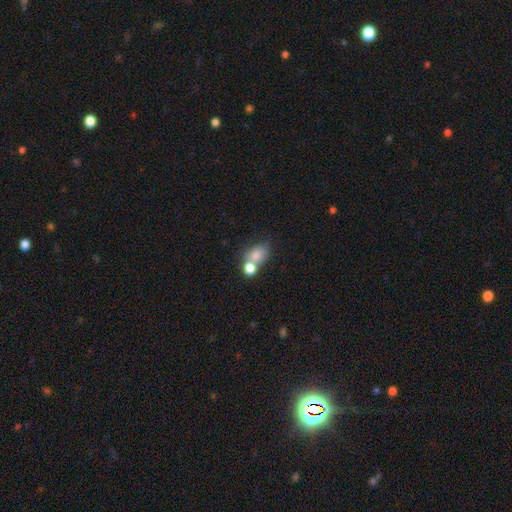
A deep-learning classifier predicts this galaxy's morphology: Q: Smooth or featured?
A: smooth (76%); runner-up: featured or disk (12%)
Q: How rounded?
A: in between (59%); runner-up: round (39%)
Q: Merging?
A: merger (47%); runner-up: none (34%)